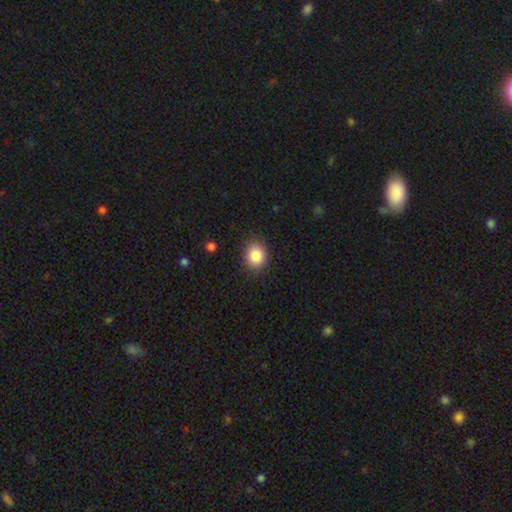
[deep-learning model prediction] Smooth or featured: smooth — 85% (star or artifact — 9%)
How rounded: round — 61% (in between — 38%)
Merging: none — 87% (minor disturbance — 9%)